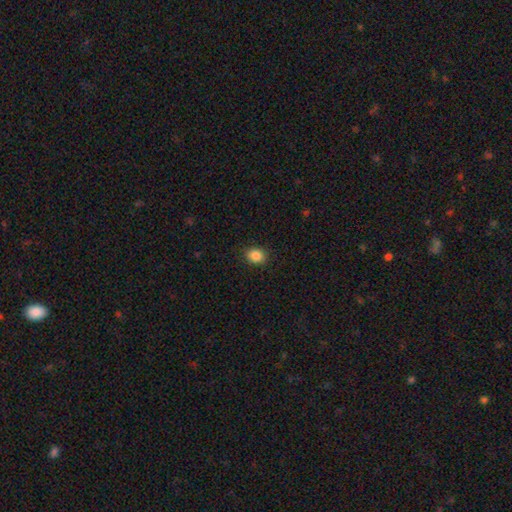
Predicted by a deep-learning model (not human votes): Smooth or featured? smooth (87%)
How rounded? in between (52%)
Merging? none (89%)